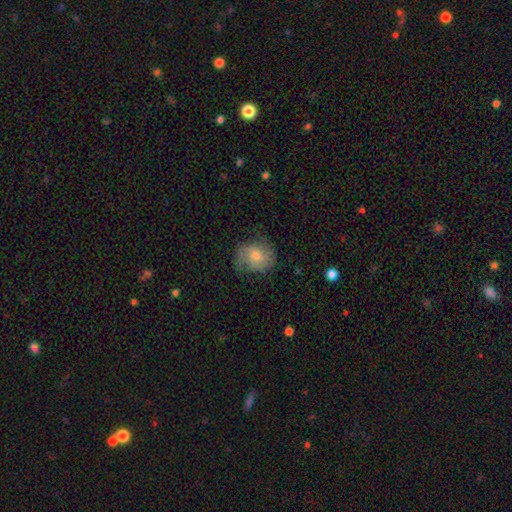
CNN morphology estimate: Smooth or featured?
  - featured or disk: 54% *
  - smooth: 37%
  - star or artifact: 9%
Edge-on disk?
  - no: 97% *
  - yes: 3%
Bar?
  - no: 69% *
  - weak: 27%
  - strong: 4%
Spiral arms?
  - yes: 88% *
  - no: 12%
Bulge size?
  - moderate: 51% *
  - small: 39%
  - large: 5%
  - none: 4%
  - dominant: 1%
Merging?
  - none: 69% *
  - minor disturbance: 22%
  - major disturbance: 8%
  - merger: 1%